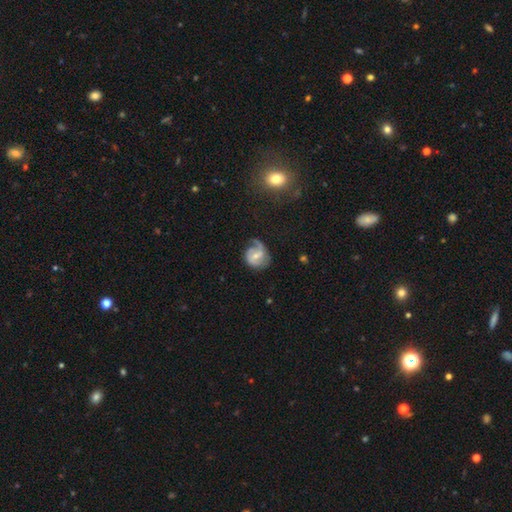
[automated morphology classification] Smooth or featured?
  - featured or disk: 75% *
  - smooth: 19%
  - star or artifact: 7%
Edge-on disk?
  - no: 98% *
  - yes: 2%
Bar?
  - weak: 48% *
  - no: 37%
  - strong: 15%
Spiral arms?
  - yes: 91% *
  - no: 9%
Spiral winding?
  - medium: 45% *
  - tight: 29%
  - loose: 26%
Spiral arm count?
  - 2: 59% *
  - 1: 25%
  - can't tell: 10%
  - 3: 4%
  - 4: 1%
  - more than 4: 1%
Bulge size?
  - small: 50% *
  - moderate: 44%
  - none: 4%
  - large: 2%
  - dominant: 1%
Merging?
  - none: 54% *
  - minor disturbance: 26%
  - major disturbance: 18%
  - merger: 2%